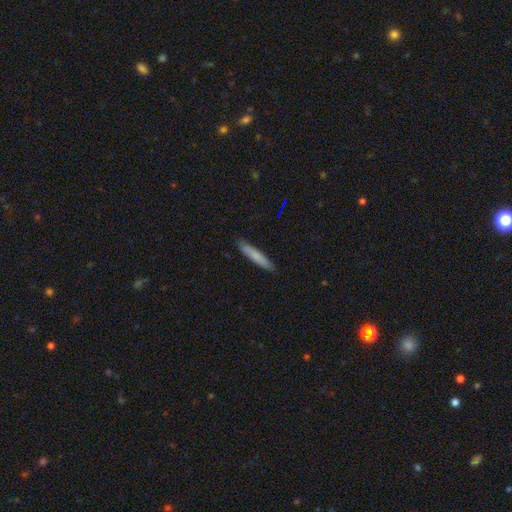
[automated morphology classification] Q: Smooth or featured?
A: smooth (76%); runner-up: featured or disk (18%)
Q: How rounded?
A: cigar-shaped (92%); runner-up: in between (7%)
Q: Merging?
A: none (89%); runner-up: minor disturbance (8%)